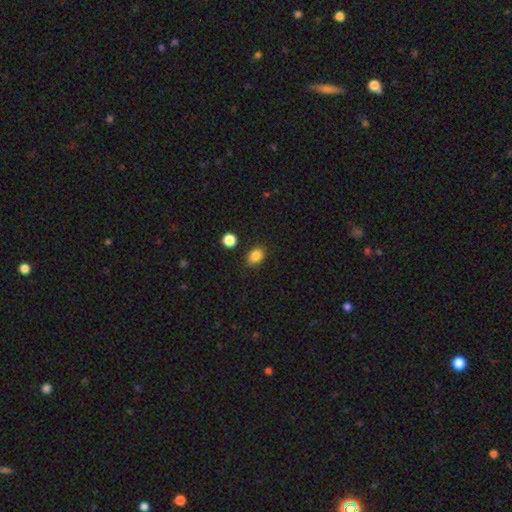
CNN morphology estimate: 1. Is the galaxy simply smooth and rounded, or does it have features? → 85% smooth, 10% star or artifact, 5% featured or disk.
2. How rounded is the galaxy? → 61% in between, 38% round, 1% cigar-shaped.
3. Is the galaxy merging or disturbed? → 80% none, 14% minor disturbance, 3% major disturbance, 3% merger.